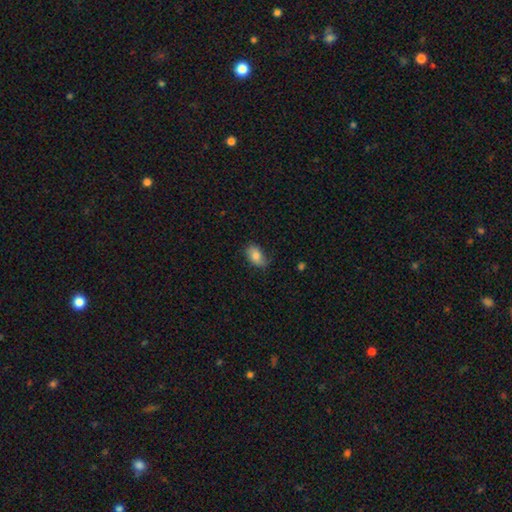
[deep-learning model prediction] This is likely a smooth galaxy (78%). How rounded: clearly in between (89%). Merging: likely none (67%).